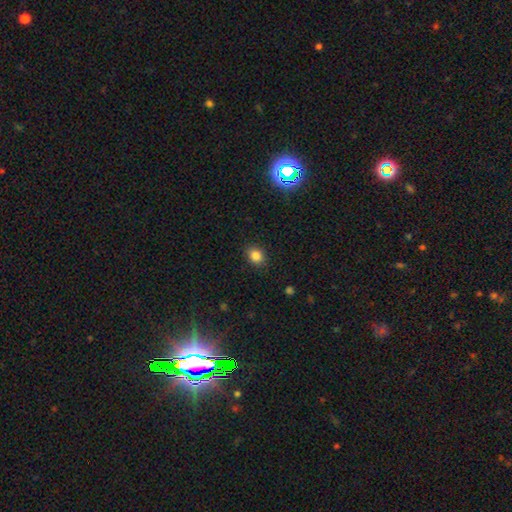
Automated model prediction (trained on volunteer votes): The model was most divided on "how rounded": round: 53%, in between: 46%, cigar-shaped: 1%. More confident: merging — none (88%); smooth or featured — smooth (84%).